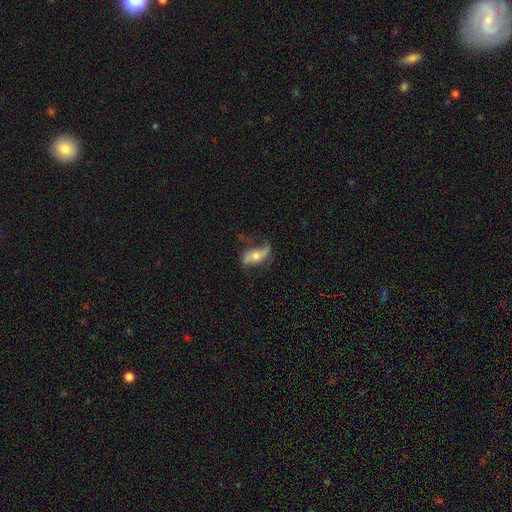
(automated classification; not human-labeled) A featured or disk galaxy (61%).

Vote fractions:
- Smooth or featured? featured or disk: 61% / smooth: 31% / star or artifact: 8%
- Edge-on disk? no: 81% / yes: 19%
- Merging? none: 60% / minor disturbance: 25% / major disturbance: 13% / merger: 2%